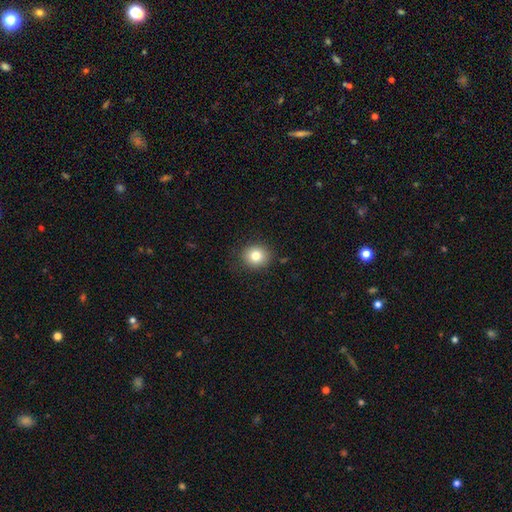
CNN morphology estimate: Smooth or featured: smooth — 80% (star or artifact — 11%)
How rounded: round — 85% (in between — 15%)
Merging: none — 88% (minor disturbance — 8%)